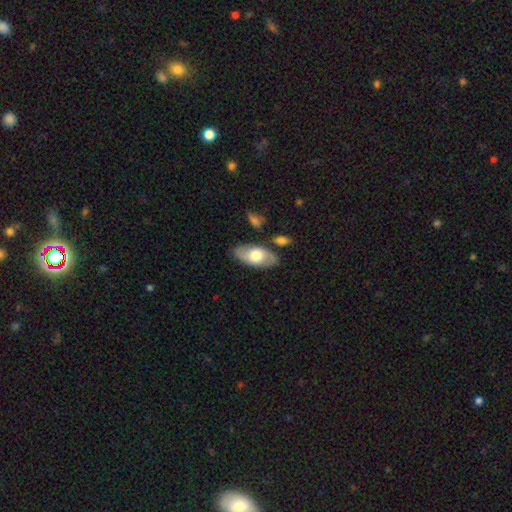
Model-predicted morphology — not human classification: Q: Smooth or featured?
A: smooth (58%); runner-up: featured or disk (37%)
Q: How rounded?
A: in between (92%); runner-up: cigar-shaped (4%)
Q: Merging?
A: none (81%); runner-up: minor disturbance (12%)